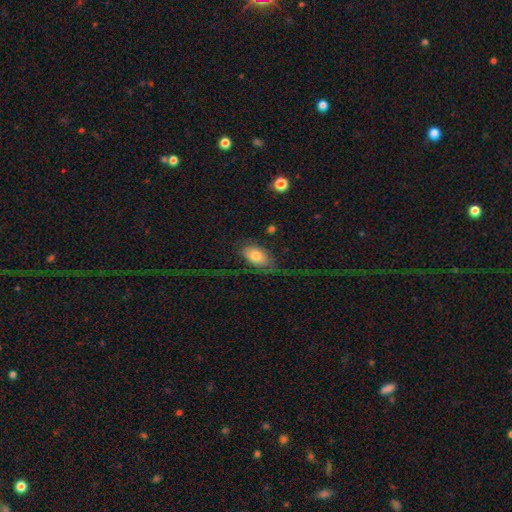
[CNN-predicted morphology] A smooth galaxy with no disk features (71%) that is in between round and cigar-shaped (92%).

Vote fractions:
- Smooth or featured? smooth: 71% / featured or disk: 22% / star or artifact: 7%
- How rounded? in between: 92% / round: 6% / cigar-shaped: 2%
- Merging? none: 60% / major disturbance: 19% / minor disturbance: 19% / merger: 2%